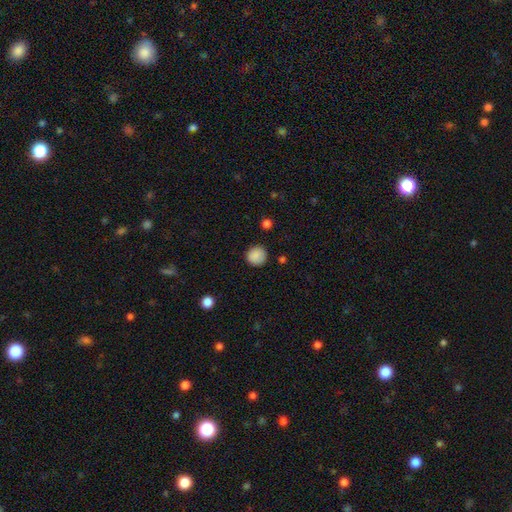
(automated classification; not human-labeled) Smooth or featured: smooth — 88% (star or artifact — 9%)
How rounded: round — 92% (in between — 7%)
Merging: none — 88% (minor disturbance — 8%)